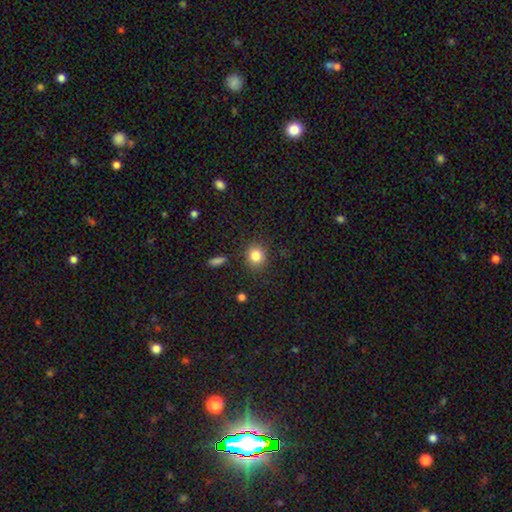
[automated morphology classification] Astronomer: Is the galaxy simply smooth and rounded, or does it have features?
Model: smooth — 83%.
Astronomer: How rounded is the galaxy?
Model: round — 83%.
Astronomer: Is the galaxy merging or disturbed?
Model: none — 86%.